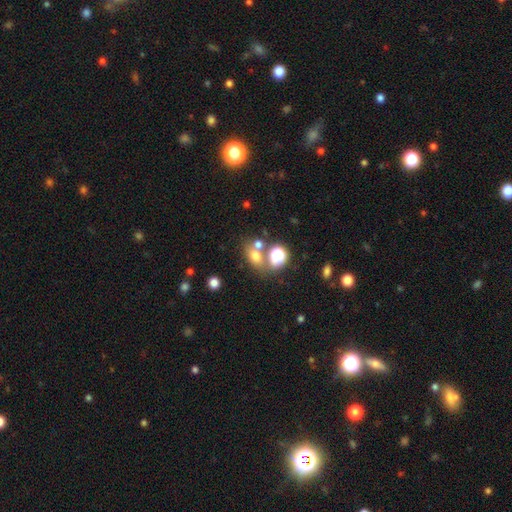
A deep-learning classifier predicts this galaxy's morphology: smooth_or_featured: smooth (p=0.66) [alt: star or artifact p=0.20]
how_rounded: in between (p=0.54) [alt: round p=0.44]
merging: none (p=0.51) [alt: merger p=0.32]